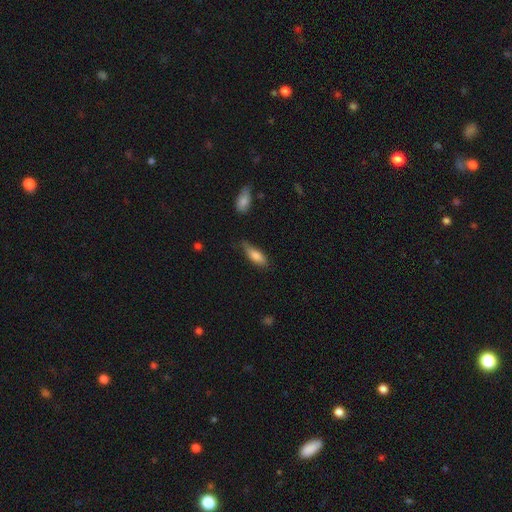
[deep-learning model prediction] Smooth or featured?
  - smooth: 79% *
  - featured or disk: 14%
  - star or artifact: 7%
How rounded?
  - in between: 64% *
  - cigar-shaped: 34%
  - round: 2%
Merging?
  - none: 56% *
  - minor disturbance: 34%
  - major disturbance: 7%
  - merger: 3%